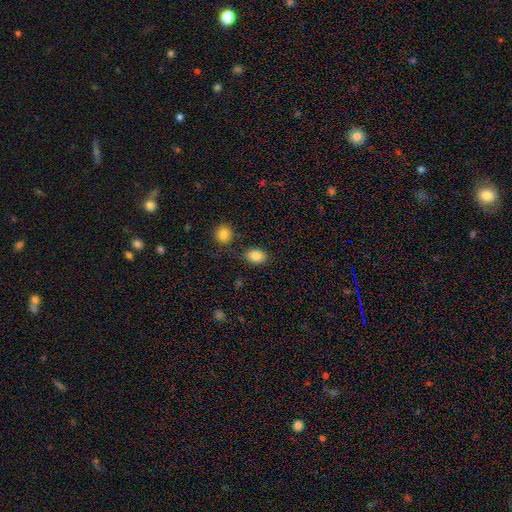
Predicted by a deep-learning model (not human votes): This is clearly a smooth galaxy (85%). How rounded: likely in between (76%). Merging: clearly none (81%).